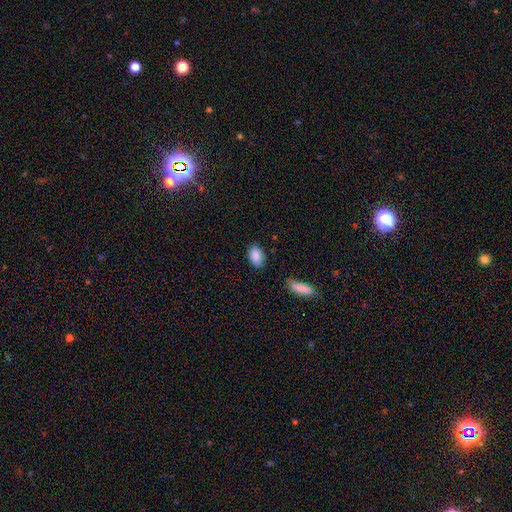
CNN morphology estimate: smooth 88%, star or artifact 7%, featured or disk 5%. Down the decision tree: how rounded — in between (88%); merging — none (77%).